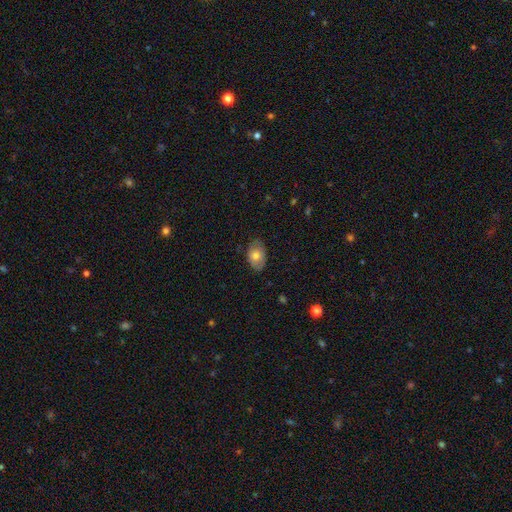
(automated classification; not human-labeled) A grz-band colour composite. It shows a smooth galaxy with no disk features (68%) that is in between round and cigar-shaped (86%). Merging: none (74%).